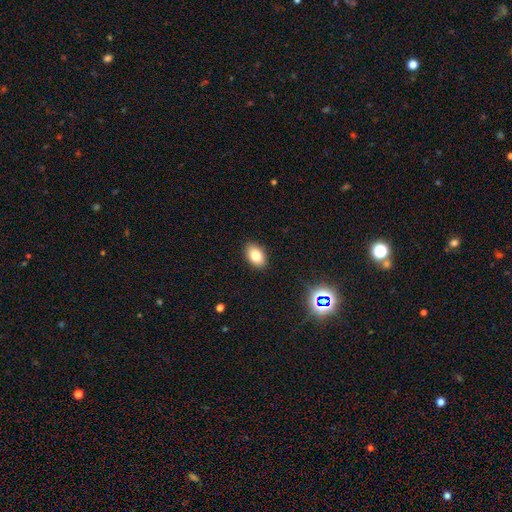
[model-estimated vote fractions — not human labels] The model was most divided on "smooth or featured": smooth: 80%, featured or disk: 10%, star or artifact: 10%. More confident: merging — none (89%); how rounded — in between (88%).